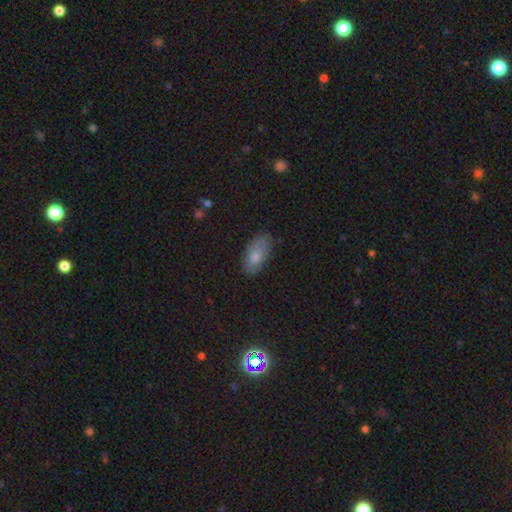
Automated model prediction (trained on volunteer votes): This appears to be a smooth galaxy with no disk features (76%) that is in between round and cigar-shaped (91%). Merging: none (77%).